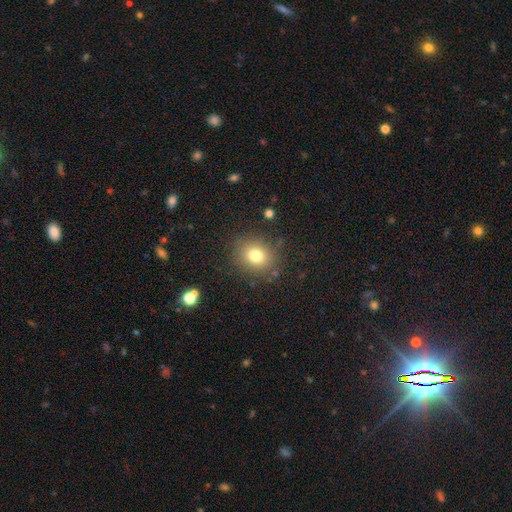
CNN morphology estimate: Smooth or featured? Predicted: smooth (p=0.77). How rounded? Predicted: round (p=0.70). Merging? Predicted: none (p=0.84).